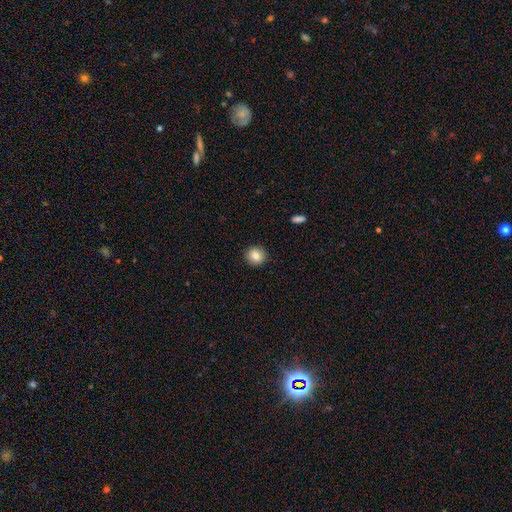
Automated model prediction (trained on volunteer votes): A smooth galaxy with no disk features (84%) that is round (90%). Merging: none (92%).